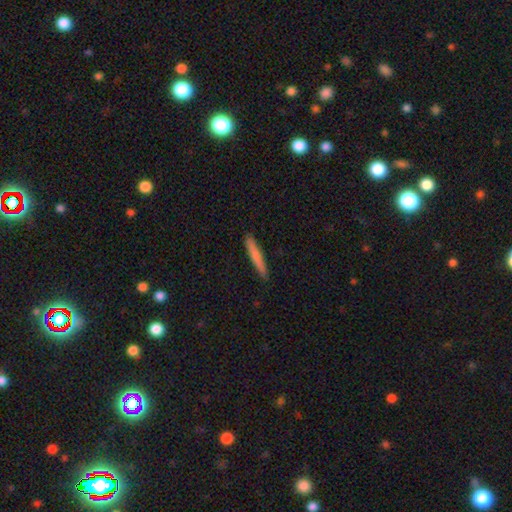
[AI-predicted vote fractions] The model was most divided on "smooth or featured": smooth: 75%, featured or disk: 20%, star or artifact: 5%. More confident: how rounded — cigar-shaped (95%); merging — none (90%).